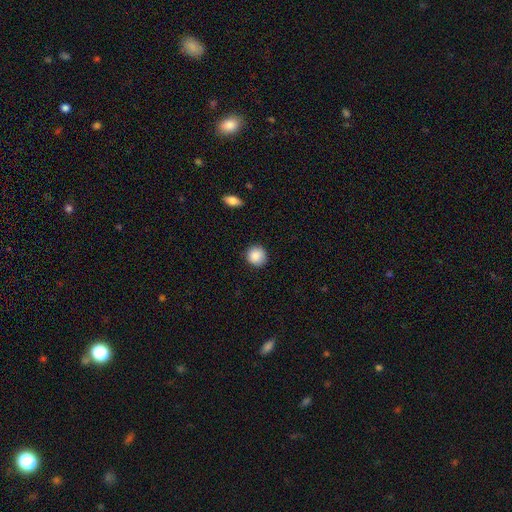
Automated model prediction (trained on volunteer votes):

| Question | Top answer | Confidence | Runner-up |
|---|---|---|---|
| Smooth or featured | smooth | 89% | star or artifact (8%) |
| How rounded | round | 93% | in between (6%) |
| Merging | none | 90% | minor disturbance (7%) |